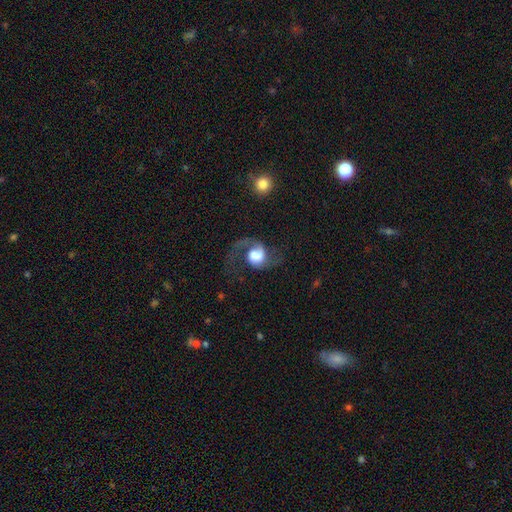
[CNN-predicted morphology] The model was most divided on "merging": none: 41%, major disturbance: 37%, minor disturbance: 16%, merger: 6%. Remaining: edge-on disk — no (98%); spiral arms — yes (92%); smooth or featured — featured or disk (73%); spiral arm count — 2 (65%); bar — no (62%); spiral winding — loose (59%); bulge size — large (43%).